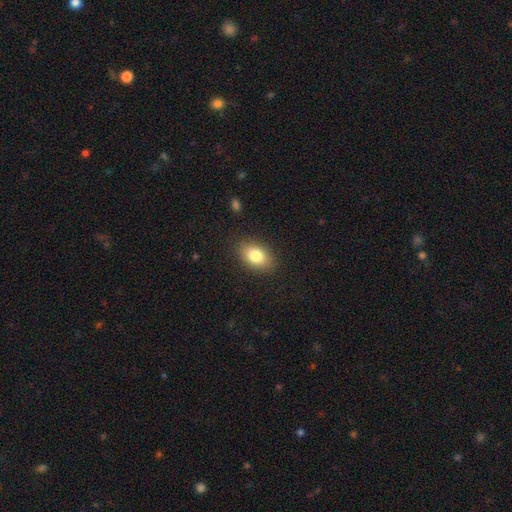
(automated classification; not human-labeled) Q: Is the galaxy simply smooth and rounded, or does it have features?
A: smooth — 81%.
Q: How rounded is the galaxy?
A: in between — 87%.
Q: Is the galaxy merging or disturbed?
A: none — 86%.